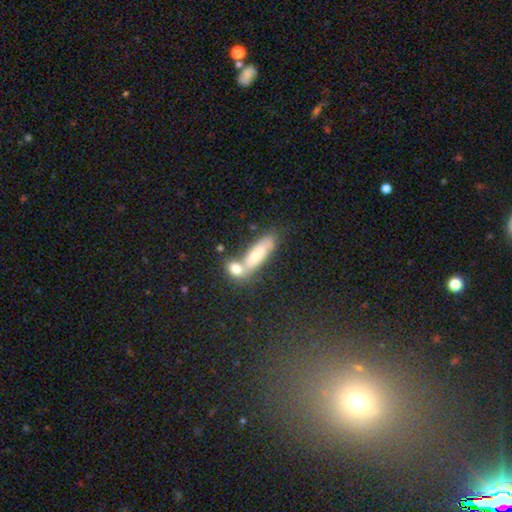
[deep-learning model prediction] The model was most divided on "merging": merger: 41%, none: 40%, minor disturbance: 13%, major disturbance: 6%. More confident: smooth or featured — smooth (70%); how rounded — cigar-shaped (51%).